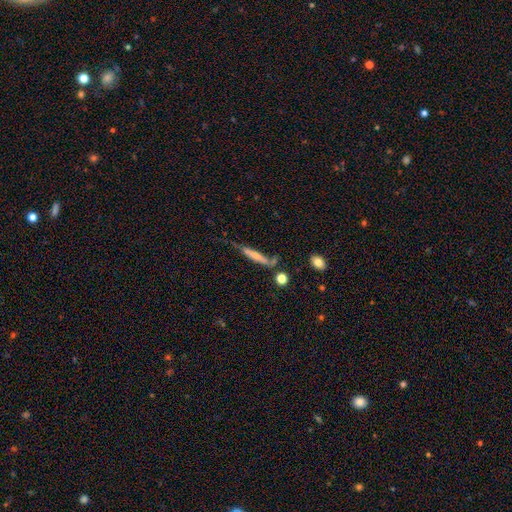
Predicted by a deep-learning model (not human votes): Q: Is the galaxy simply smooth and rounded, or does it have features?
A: smooth — 54%.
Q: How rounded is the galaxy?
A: cigar-shaped — 88%.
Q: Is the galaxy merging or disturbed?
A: none — 48%.